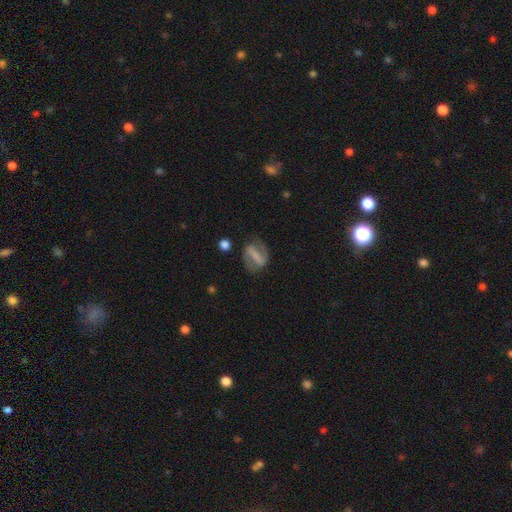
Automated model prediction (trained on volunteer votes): smooth-or-featured: featured or disk: 77% | smooth: 16% | star or artifact: 7%
  disk-edge-on: no: 96% | yes: 4%
    bar: strong: 64% | weak: 25% | no: 11%
    has-spiral-arms: yes: 89% | no: 11%
      spiral-winding: medium: 47% | loose: 34% | tight: 19%
      spiral-arm-count: 2: 90% | can't tell: 4% | 1: 3% | 3: 1% | 4: 1% | more than 4: 1%
    bulge-size: none: 47% | small: 30% | moderate: 16% | large: 4% | dominant: 2%
  merging: none: 75% | minor disturbance: 15% | major disturbance: 7% | merger: 2%